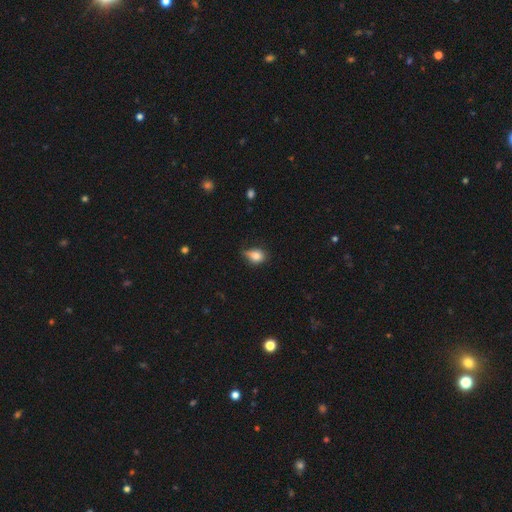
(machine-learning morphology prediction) The model was most divided on "merging": none: 46%, minor disturbance: 43%, major disturbance: 9%, merger: 2%. More confident: smooth or featured — smooth (80%); how rounded — in between (60%).